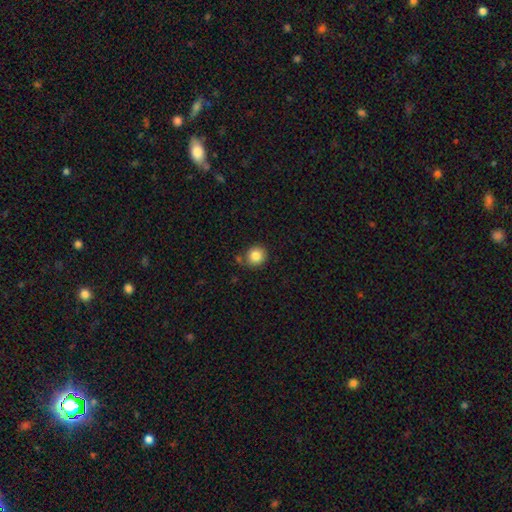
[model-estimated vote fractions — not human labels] Smooth or featured? smooth (84%)
How rounded? round (89%)
Merging? none (79%)